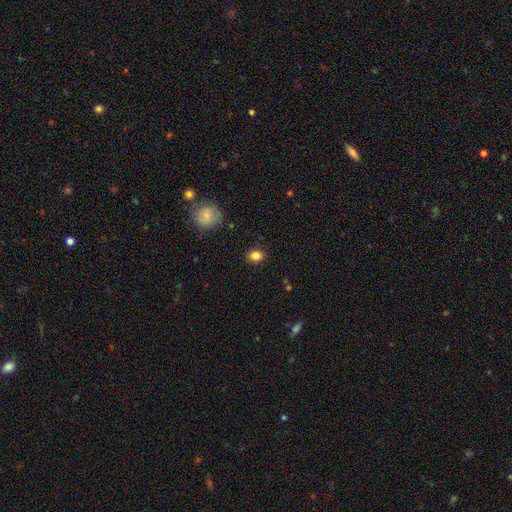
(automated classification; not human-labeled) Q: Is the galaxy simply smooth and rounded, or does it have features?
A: smooth — 84%.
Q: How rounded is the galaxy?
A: round — 56%.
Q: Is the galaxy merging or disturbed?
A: none — 87%.